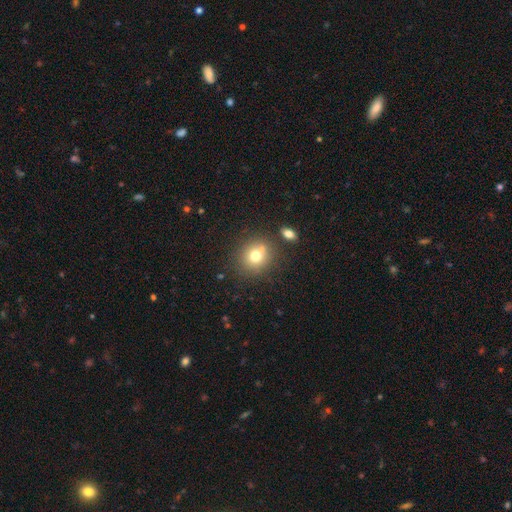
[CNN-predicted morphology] The model was most divided on "merging": none: 71%, merger: 15%, minor disturbance: 11%, major disturbance: 4%. More confident: how rounded — round (81%); smooth or featured — smooth (73%).